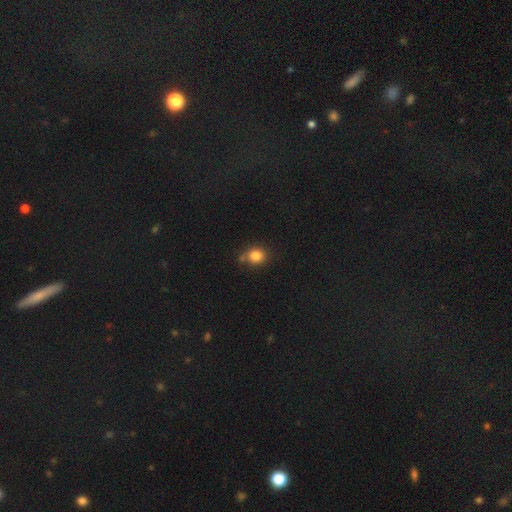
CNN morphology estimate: type=smooth (83%); roundness=round (74%); merging=none (69%).